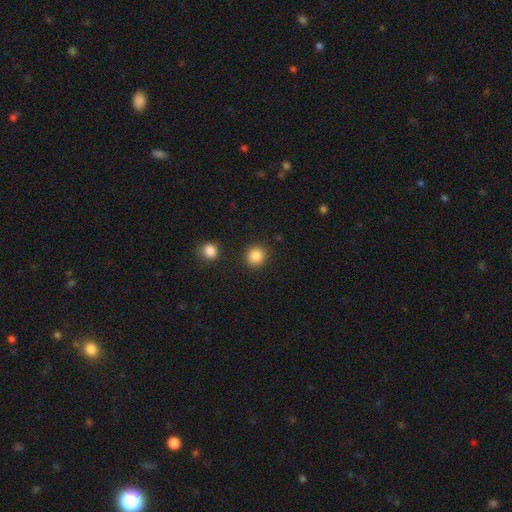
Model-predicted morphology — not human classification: This appears to be a smooth galaxy with no disk features (86%) that is round (89%). Merging: none (89%).